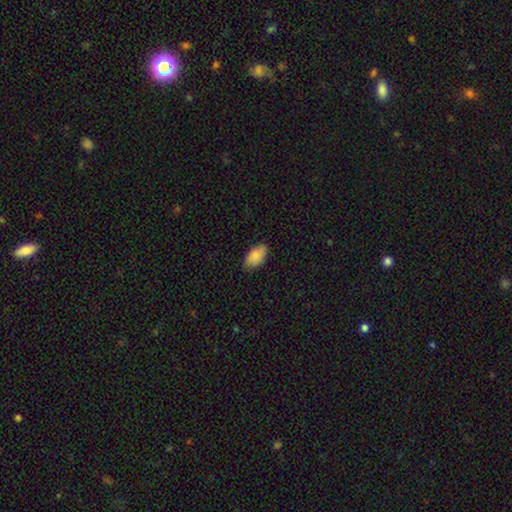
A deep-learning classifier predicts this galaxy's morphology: The model was most divided on "merging": none: 82%, minor disturbance: 15%, major disturbance: 3%, merger: 1%. More confident: how rounded — in between (94%); smooth or featured — smooth (86%).